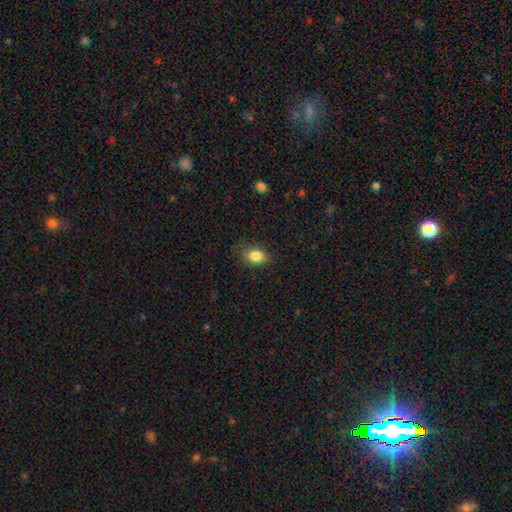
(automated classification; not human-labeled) Morphology: type=smooth (83%); roundness=in between (70%); merging=none (77%).